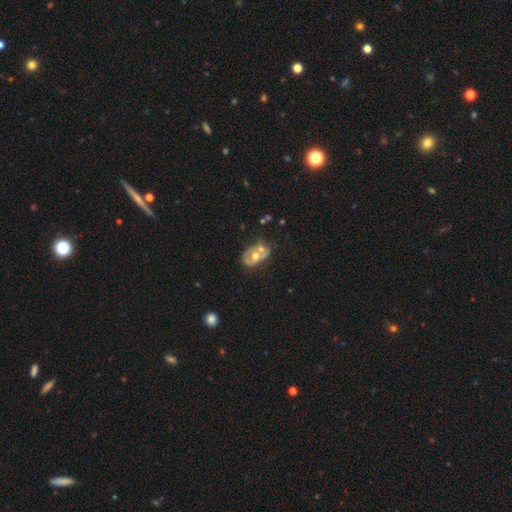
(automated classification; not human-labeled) The model was most divided on "merging": none: 37%, merger: 31%, minor disturbance: 22%, major disturbance: 10%. More confident: edge-on disk — no (95%); bar — no (83%); bulge size — moderate (75%); spiral arms — no (75%); smooth or featured — featured or disk (56%).